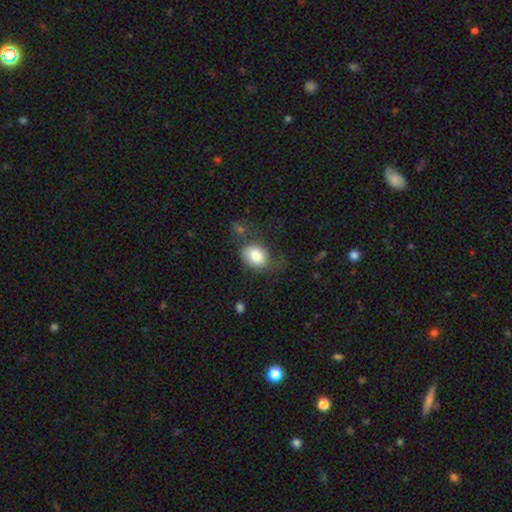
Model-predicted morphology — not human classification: Smooth or featured: smooth — 81% (featured or disk — 11%)
How rounded: in between — 59% (round — 40%)
Merging: none — 54% (minor disturbance — 26%)